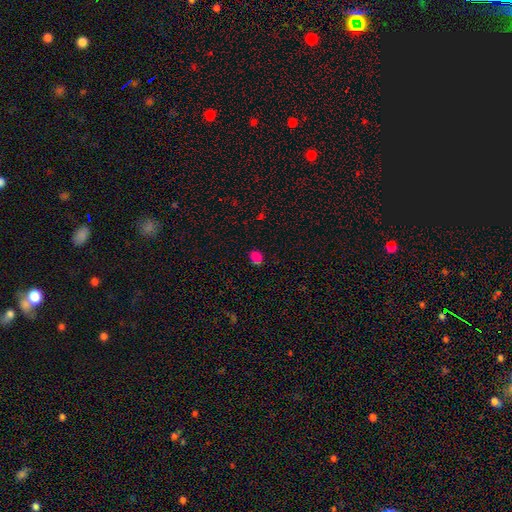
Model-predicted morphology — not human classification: type=smooth (69%); roundness=round (54%); merging=none (70%).